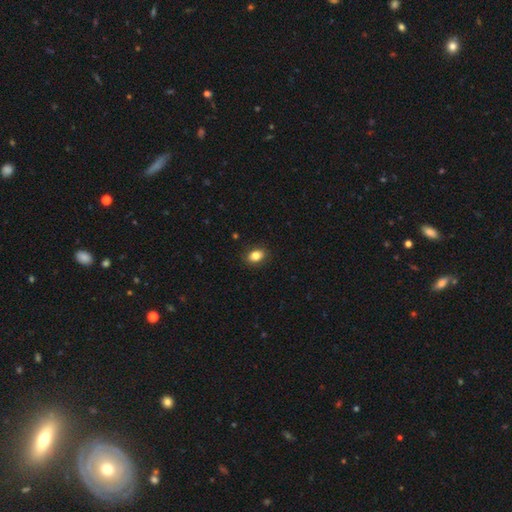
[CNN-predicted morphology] The model was most divided on "how rounded": in between: 78%, round: 21%, cigar-shaped: 1%. More confident: merging — none (88%); smooth or featured — smooth (84%).